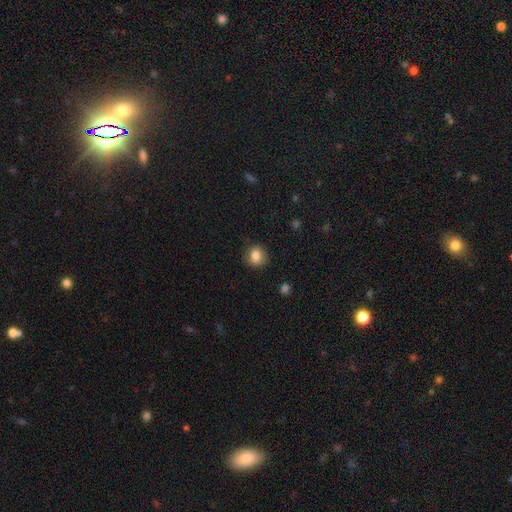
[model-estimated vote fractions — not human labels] The model was most divided on "how rounded": round: 77%, in between: 22%, cigar-shaped: 1%. More confident: merging — none (85%); smooth or featured — smooth (83%).